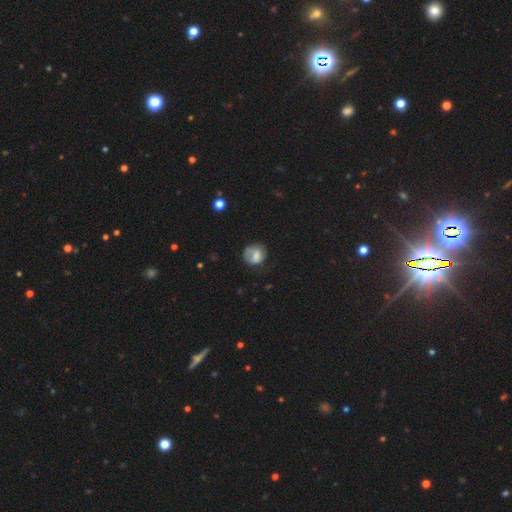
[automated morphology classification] smooth-or-featured: smooth: 67% | featured or disk: 24% | star or artifact: 9%
  how-rounded: round: 74% | in between: 25% | cigar-shaped: 1%
  merging: none: 55% | minor disturbance: 27% | major disturbance: 16% | merger: 2%